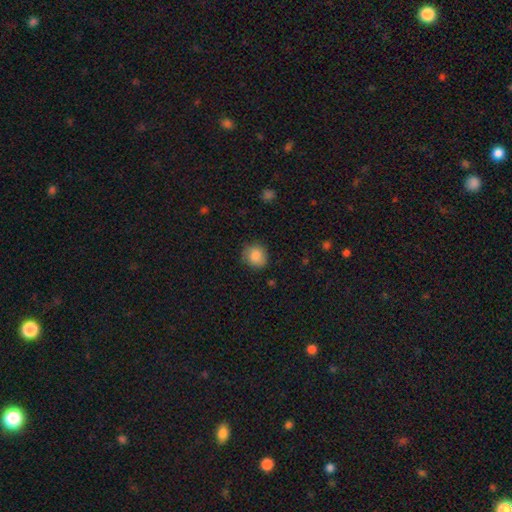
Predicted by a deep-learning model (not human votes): A smooth galaxy with no disk features (86%) that is round (83%). Merging: none (80%).